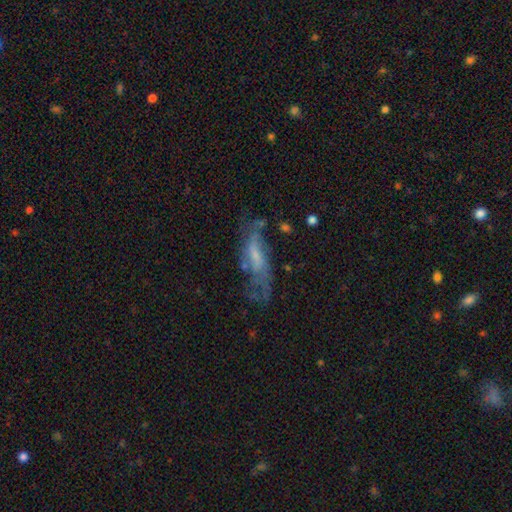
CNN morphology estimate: This appears to be a featured or disk galaxy (61%). Merging: none (42%).